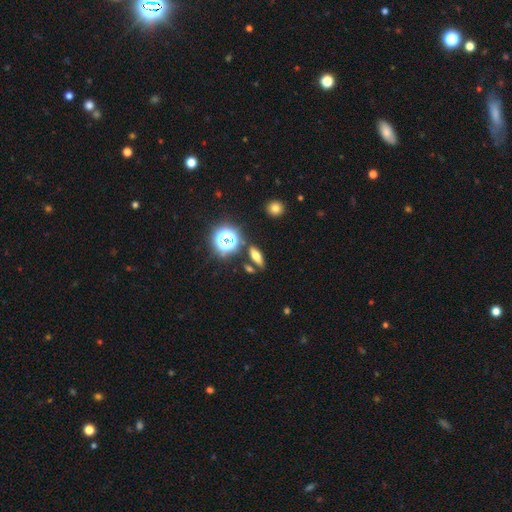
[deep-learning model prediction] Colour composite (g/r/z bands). It shows a smooth galaxy with no disk features (56%) that is in between round and cigar-shaped (50%). Merging: none (81%).